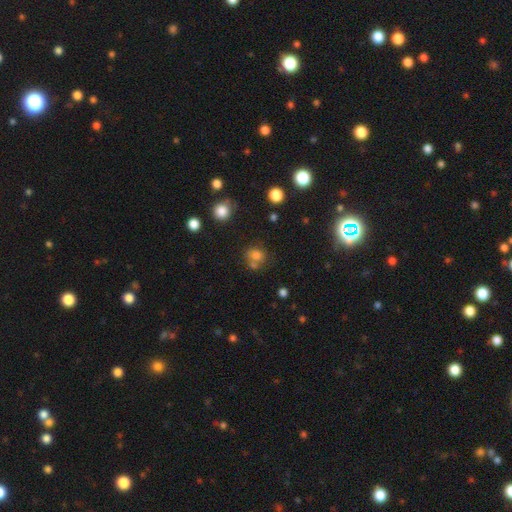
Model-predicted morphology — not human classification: smooth 73%, star or artifact 17%, featured or disk 10%. Down the decision tree: how rounded — round (65%); merging — none (52%).